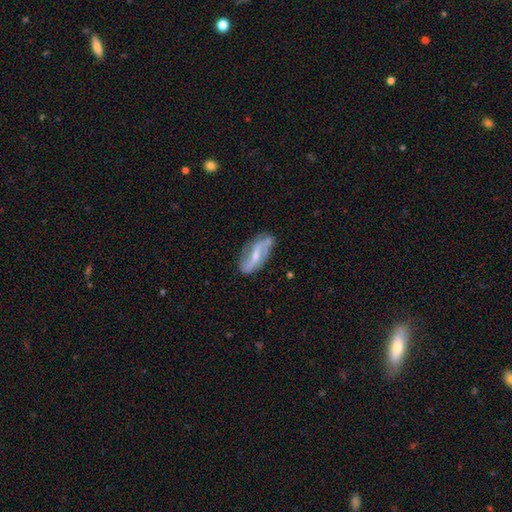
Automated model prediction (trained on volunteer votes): smooth-or-featured: featured or disk: 71% | smooth: 23% | star or artifact: 6%
  disk-edge-on: no: 89% | yes: 11%
    bar: weak: 41% | strong: 34% | no: 24%
    has-spiral-arms: yes: 83% | no: 17%
      spiral-winding: loose: 55% | medium: 29% | tight: 15%
      spiral-arm-count: 2: 83% | can't tell: 10% | 1: 3% | 3: 2% | 4: 1% | more than 4: 1%
    bulge-size: small: 51% | moderate: 41% | none: 5% | large: 2% | dominant: 1%
  merging: none: 69% | minor disturbance: 22% | major disturbance: 6% | merger: 3%